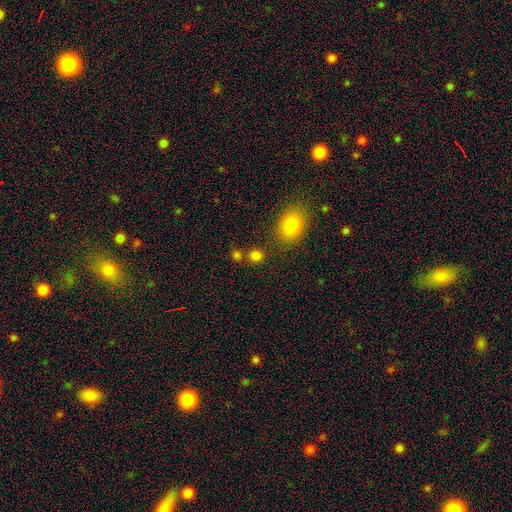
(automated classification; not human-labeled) smooth-or-featured: smooth: 81% | star or artifact: 14% | featured or disk: 5%
  how-rounded: round: 82% | in between: 16% | cigar-shaped: 1%
  merging: none: 71% | merger: 18% | minor disturbance: 8% | major disturbance: 3%